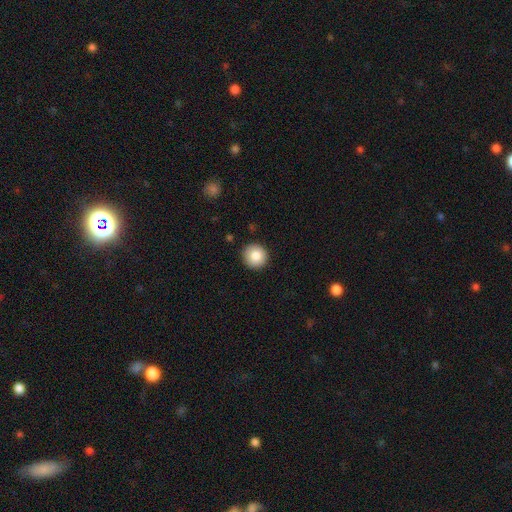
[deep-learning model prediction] Overall: smooth (83%). How rounded: round (95%). Merging: none (92%).